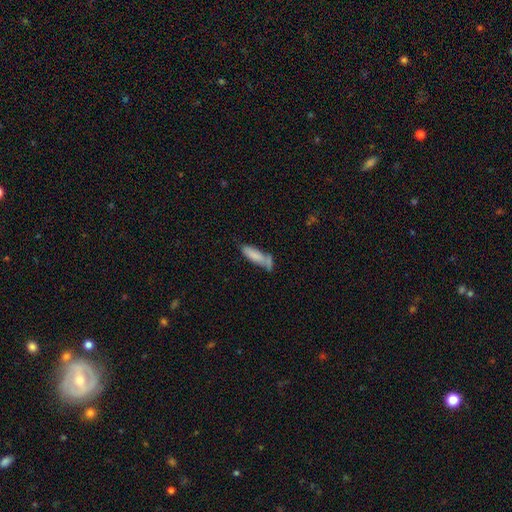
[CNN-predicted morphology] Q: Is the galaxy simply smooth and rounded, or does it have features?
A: smooth — 77%.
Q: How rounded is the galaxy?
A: cigar-shaped — 50%.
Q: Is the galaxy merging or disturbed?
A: none — 41%.